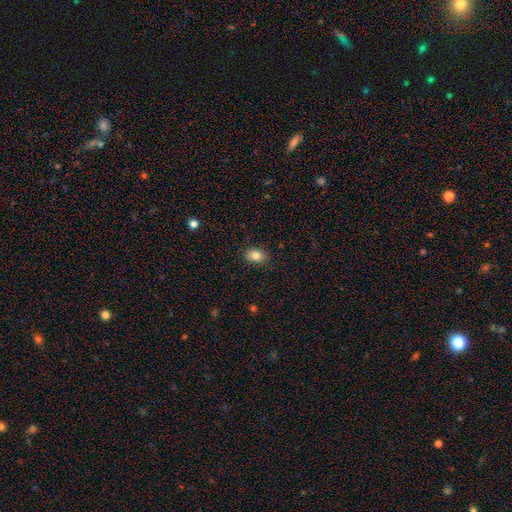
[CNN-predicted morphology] A smooth galaxy with no disk features (84%) that is in between round and cigar-shaped (77%). Merging: none (86%).